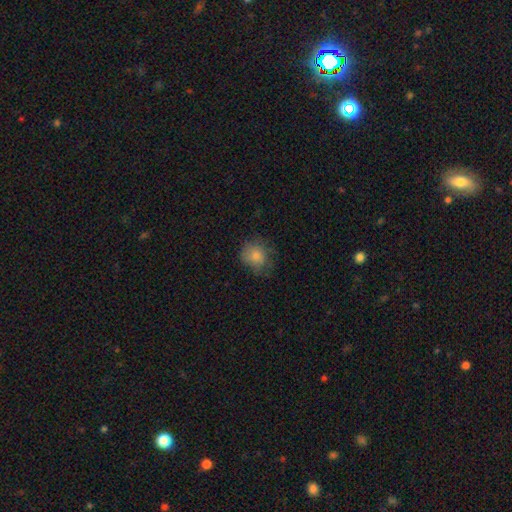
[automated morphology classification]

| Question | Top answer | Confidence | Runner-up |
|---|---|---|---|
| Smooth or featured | smooth | 79% | featured or disk (11%) |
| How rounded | round | 73% | in between (26%) |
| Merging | none | 66% | minor disturbance (24%) |